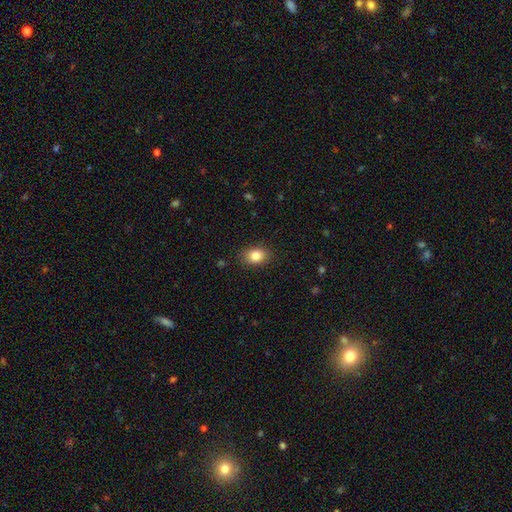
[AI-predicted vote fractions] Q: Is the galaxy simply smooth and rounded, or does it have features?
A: smooth — 84%.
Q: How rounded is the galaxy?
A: in between — 73%.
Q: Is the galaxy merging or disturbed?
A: none — 86%.